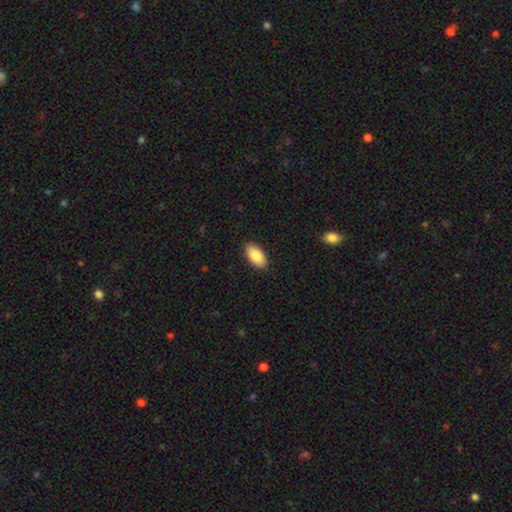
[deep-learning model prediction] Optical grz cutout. It shows a smooth galaxy with no disk features (87%) that is in between round and cigar-shaped (94%). Merging: none (89%).